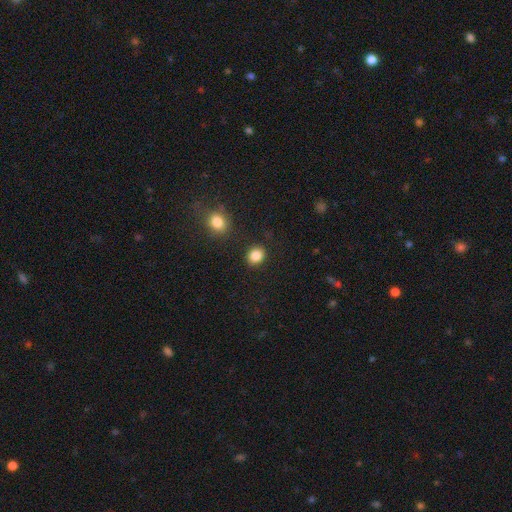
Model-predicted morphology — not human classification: Smooth or featured: smooth — 86% (star or artifact — 10%)
How rounded: round — 66% (in between — 33%)
Merging: none — 87% (minor disturbance — 8%)